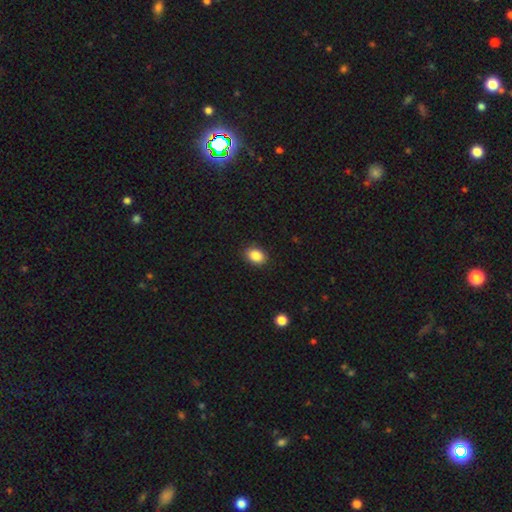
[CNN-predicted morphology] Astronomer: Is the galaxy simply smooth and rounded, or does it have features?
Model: smooth — 87%.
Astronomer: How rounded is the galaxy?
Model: in between — 70%.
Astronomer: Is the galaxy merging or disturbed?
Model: none — 88%.